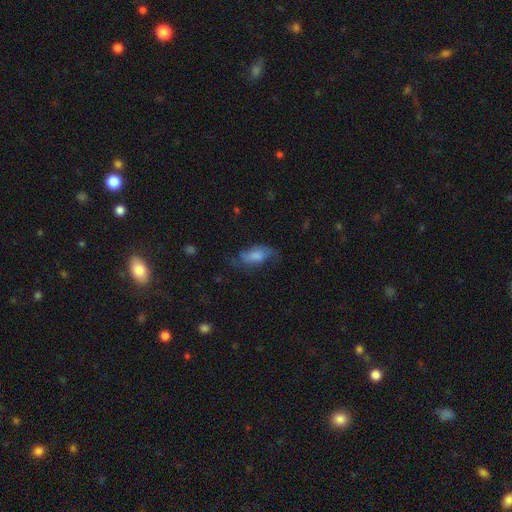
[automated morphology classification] This appears to be a smooth galaxy with no disk features (59%) that is in between round and cigar-shaped (86%). Merging: none (47%).